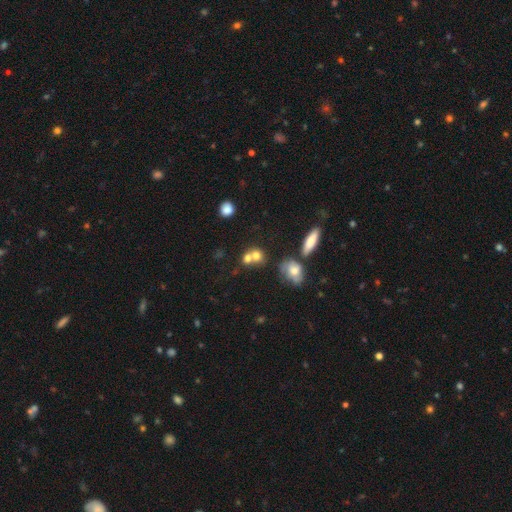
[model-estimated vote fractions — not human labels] Smooth or featured: smooth — 71% (featured or disk — 16%)
How rounded: round — 70% (in between — 28%)
Merging: merger — 56% (none — 32%)